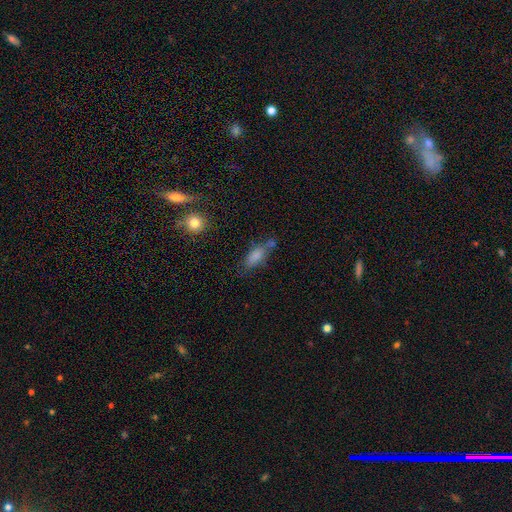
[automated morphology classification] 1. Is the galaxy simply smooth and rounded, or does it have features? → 78% smooth, 12% featured or disk, 10% star or artifact.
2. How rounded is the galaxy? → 76% in between, 20% cigar-shaped, 4% round.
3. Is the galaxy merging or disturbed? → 47% none, 26% minor disturbance, 16% merger, 11% major disturbance.